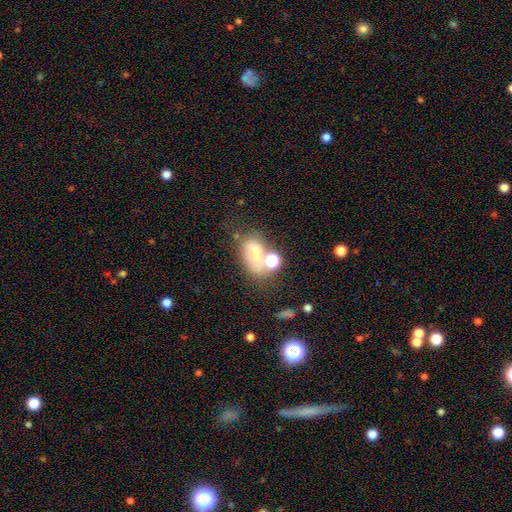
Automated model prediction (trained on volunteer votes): Smooth or featured? Predicted: smooth (p=0.53). How rounded? Predicted: in between (p=0.73). Merging? Predicted: merger (p=0.36).